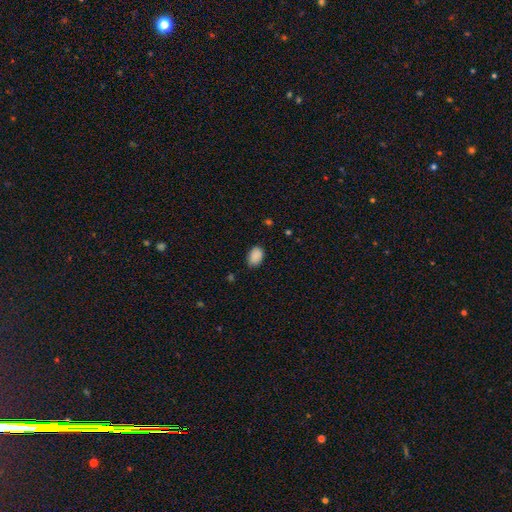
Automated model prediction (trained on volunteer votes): Smooth or featured? smooth (89%)
How rounded? in between (84%)
Merging? none (77%)